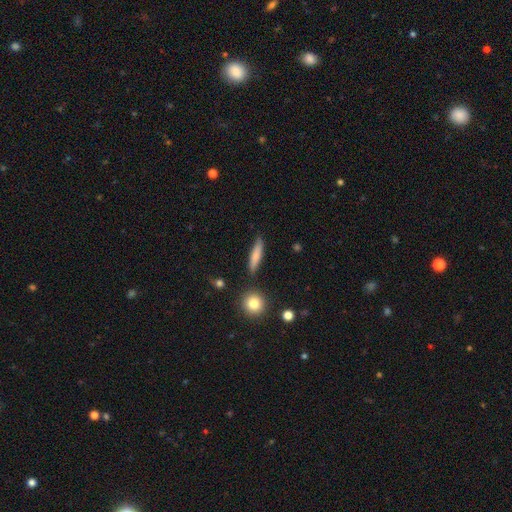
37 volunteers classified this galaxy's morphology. Overall: smooth (70%). How rounded: cigar-shaped (85%). Merging: none (74%).